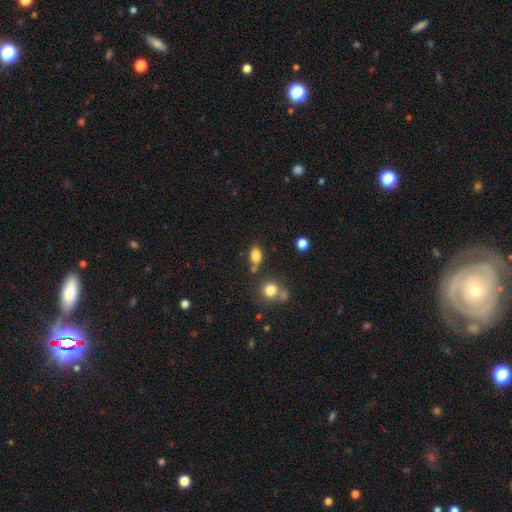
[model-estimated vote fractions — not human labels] This is clearly a smooth galaxy (83%). How rounded: clearly in between (83%). Merging: likely none (68%).